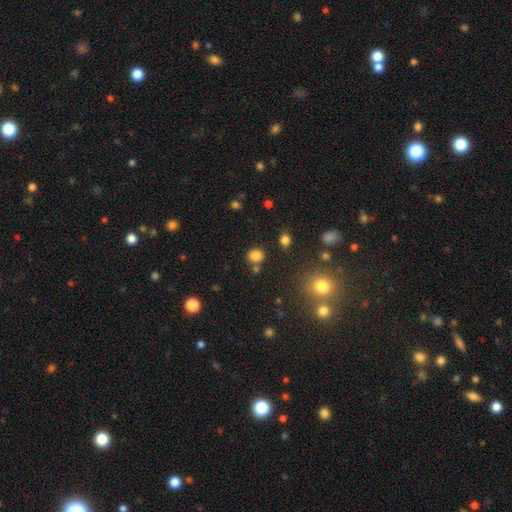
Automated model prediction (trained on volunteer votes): Overall: smooth (81%). How rounded: round (82%). Merging: none (78%).